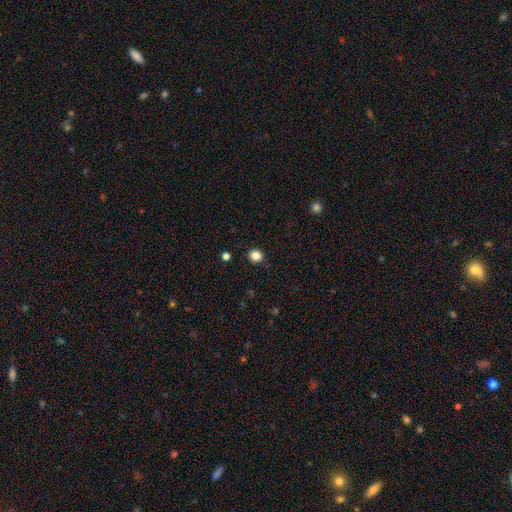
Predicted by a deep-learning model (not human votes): Smooth or featured: smooth — 84% (star or artifact — 12%)
How rounded: round — 82% (in between — 17%)
Merging: none — 89% (minor disturbance — 7%)